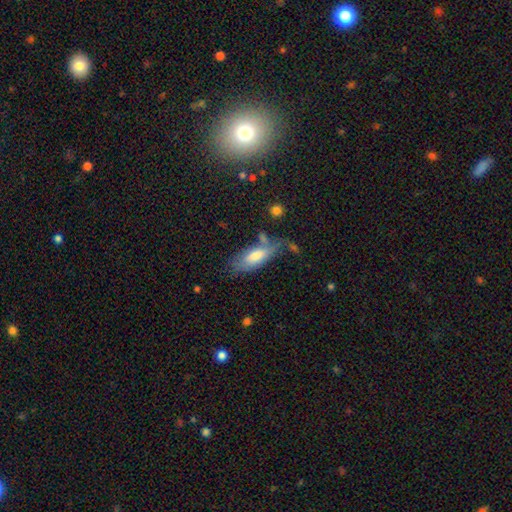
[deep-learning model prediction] Smooth or featured?
  - smooth: 68% *
  - featured or disk: 25%
  - star or artifact: 7%
How rounded?
  - in between: 73% *
  - cigar-shaped: 25%
  - round: 2%
Merging?
  - none: 49% *
  - minor disturbance: 27%
  - major disturbance: 12%
  - merger: 11%